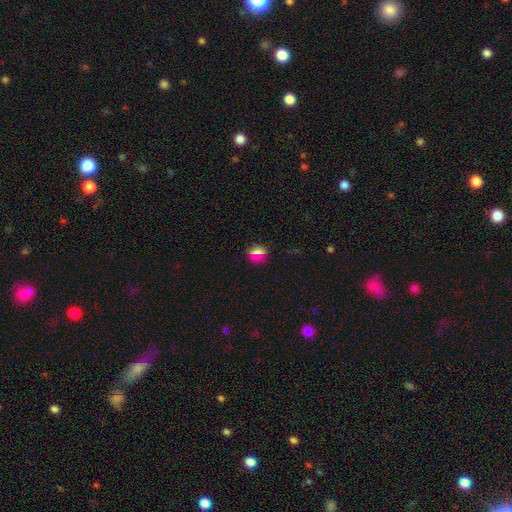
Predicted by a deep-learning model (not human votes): This is likely a smooth galaxy (68%). How rounded: clearly round (81%). Merging: clearly none (87%).